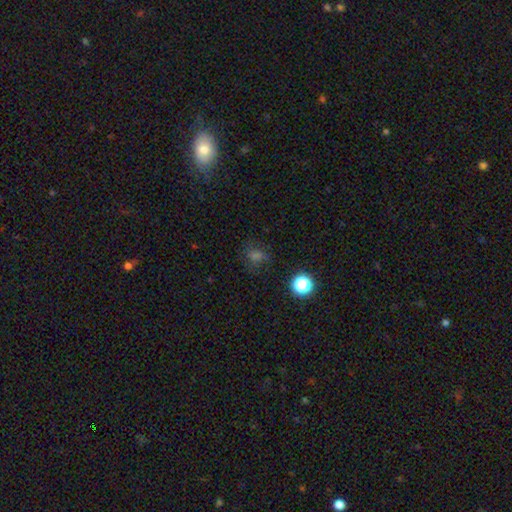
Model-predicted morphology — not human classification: smooth_or_featured: smooth (p=0.52) [alt: star or artifact p=0.35]
how_rounded: round (p=0.69) [alt: in between p=0.29]
merging: none (p=0.71) [alt: minor disturbance p=0.17]